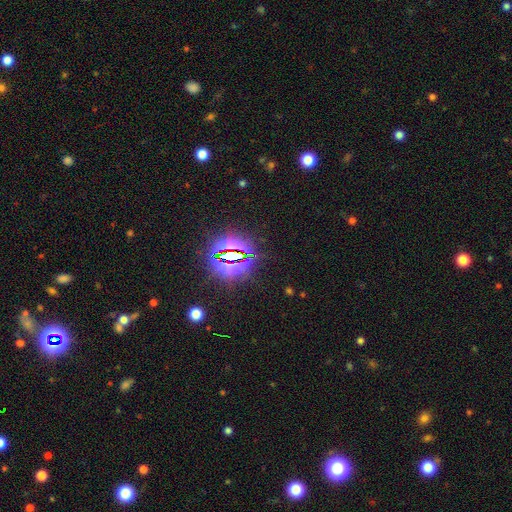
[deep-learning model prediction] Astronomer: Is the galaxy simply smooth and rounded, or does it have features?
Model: star or artifact — 82%.